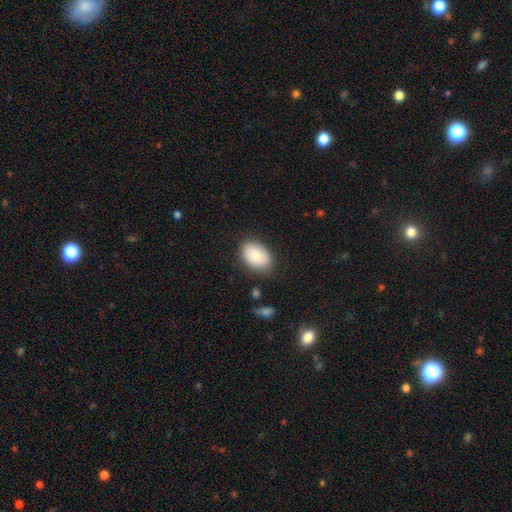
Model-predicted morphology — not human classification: smooth 80%, featured or disk 13%, star or artifact 7%. Down the decision tree: how rounded — in between (86%); merging — none (82%).